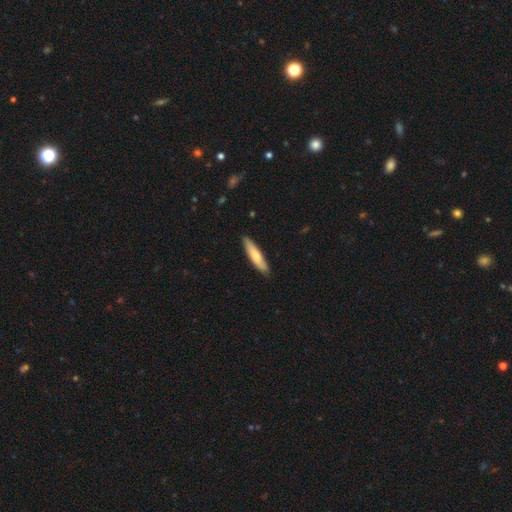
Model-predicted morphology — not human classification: A smooth galaxy with no disk features (69%) that is cigar-shaped (82%). Merging: none (88%).